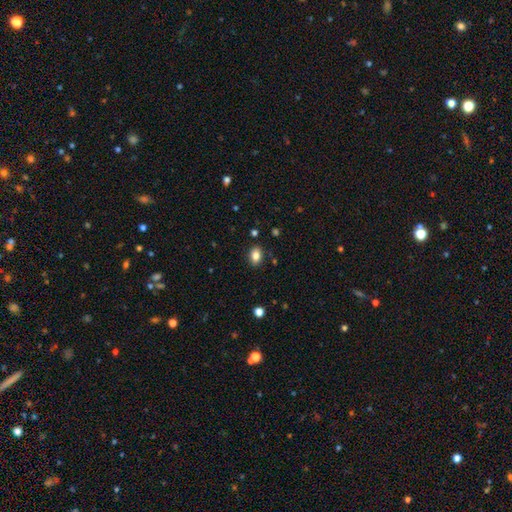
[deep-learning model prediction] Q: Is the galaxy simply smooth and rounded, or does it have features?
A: smooth — 83%.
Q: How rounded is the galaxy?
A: in between — 78%.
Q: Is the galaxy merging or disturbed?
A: none — 86%.